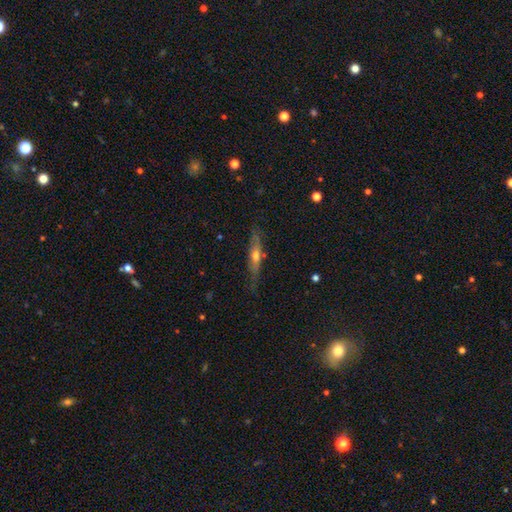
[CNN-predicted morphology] featured or disk 58%, smooth 36%, star or artifact 7%. Down the decision tree: edge-on disk — yes (85%); merging — none (73%).